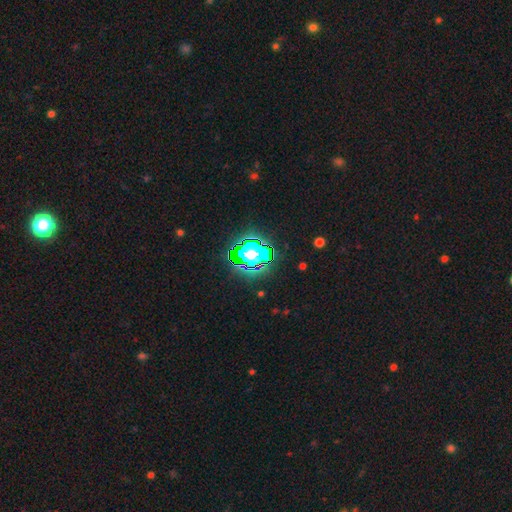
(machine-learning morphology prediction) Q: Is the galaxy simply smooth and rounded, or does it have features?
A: star or artifact — 78%.